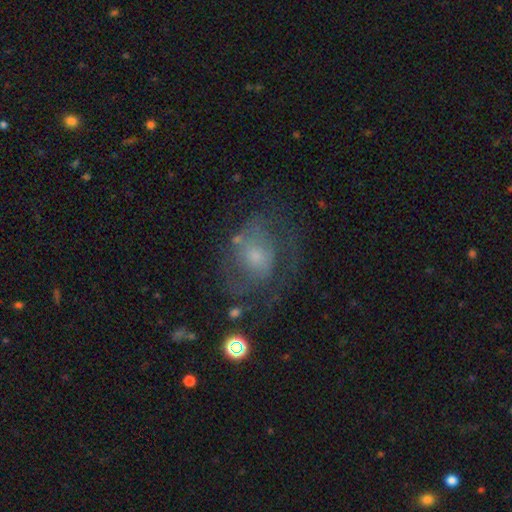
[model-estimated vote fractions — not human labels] smooth-or-featured: featured or disk: 61% | smooth: 28% | star or artifact: 11%
  disk-edge-on: no: 97% | yes: 3%
    bar: no: 73% | weak: 23% | strong: 4%
    has-spiral-arms: yes: 69% | no: 31%
    bulge-size: small: 50% | moderate: 35% | none: 8% | large: 5% | dominant: 2%
  merging: none: 48% | major disturbance: 27% | minor disturbance: 21% | merger: 3%